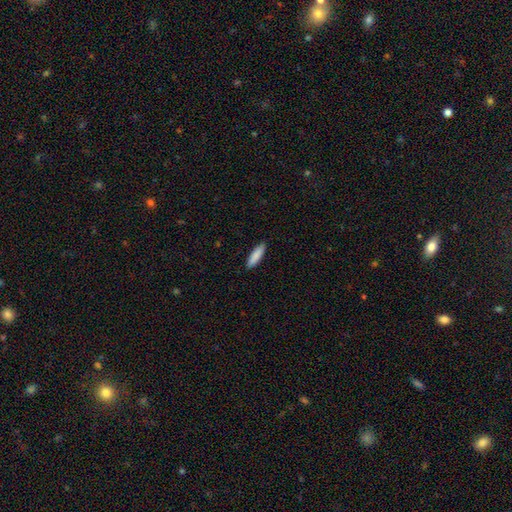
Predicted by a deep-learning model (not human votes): Smooth or featured?
  - smooth: 88% *
  - featured or disk: 6%
  - star or artifact: 5%
How rounded?
  - cigar-shaped: 66% *
  - in between: 33%
  - round: 1%
Merging?
  - none: 90% *
  - minor disturbance: 7%
  - major disturbance: 2%
  - merger: 1%